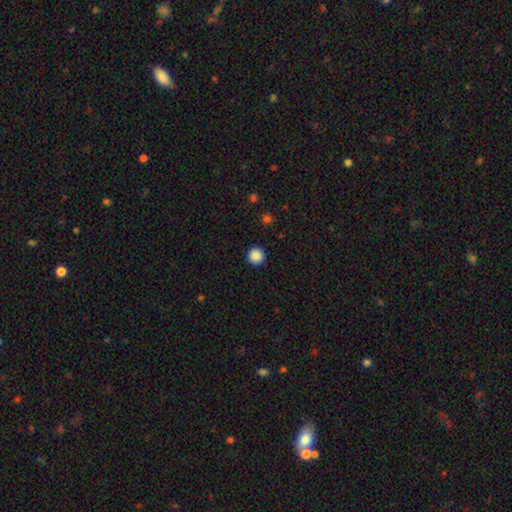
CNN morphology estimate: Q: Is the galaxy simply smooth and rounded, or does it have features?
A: smooth — 88%.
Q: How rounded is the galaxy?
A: round — 96%.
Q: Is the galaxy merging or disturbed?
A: none — 93%.